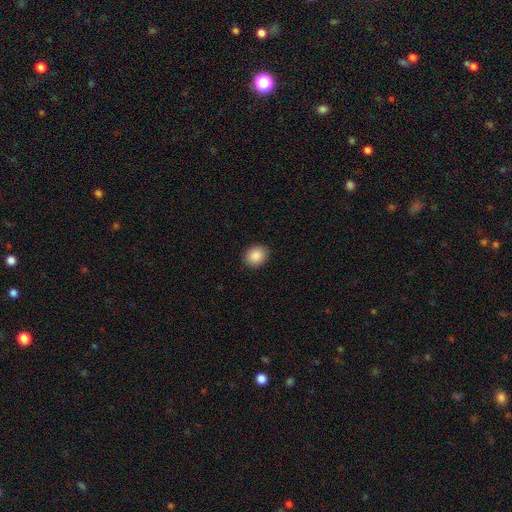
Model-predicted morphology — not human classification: This appears to be a smooth galaxy with no disk features (88%) that is round (66%). Merging: none (89%).